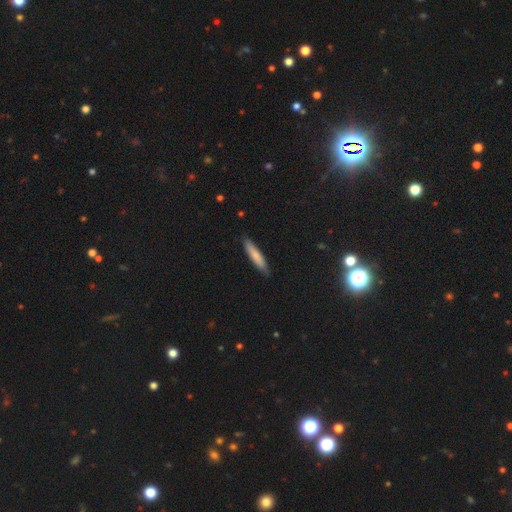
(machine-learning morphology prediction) A smooth galaxy with no disk features (77%) that is cigar-shaped (88%).

Vote fractions:
- Smooth or featured? smooth: 77% / featured or disk: 18% / star or artifact: 5%
- How rounded? cigar-shaped: 88% / in between: 11% / round: 1%
- Merging? none: 84% / minor disturbance: 13% / major disturbance: 2% / merger: 1%